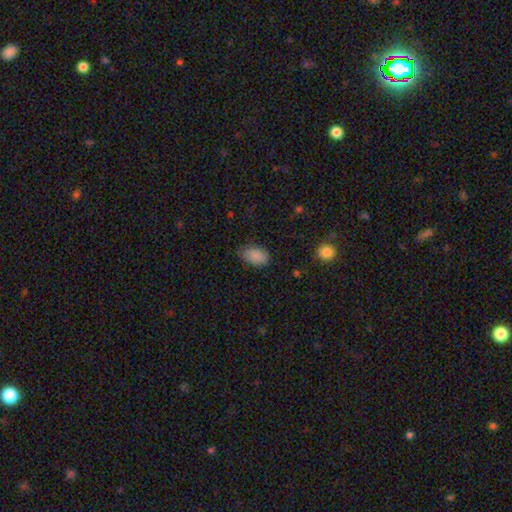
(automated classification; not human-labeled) smooth_or_featured: smooth (p=0.88) [alt: star or artifact p=0.07]
how_rounded: in between (p=0.93) [alt: round p=0.06]
merging: none (p=0.78) [alt: minor disturbance p=0.18]